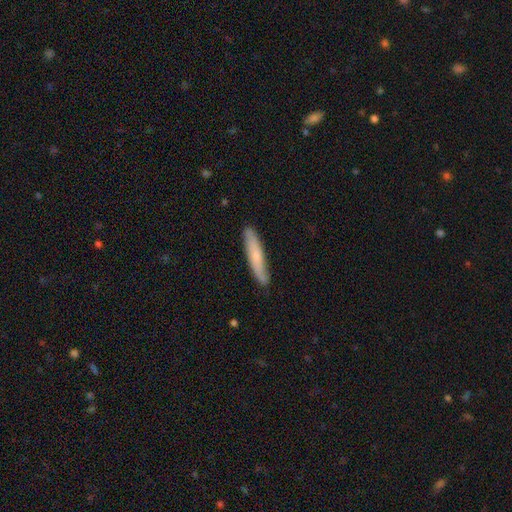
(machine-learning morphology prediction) smooth 60%, featured or disk 34%, star or artifact 6%. Down the decision tree: how rounded — cigar-shaped (90%); merging — none (85%).